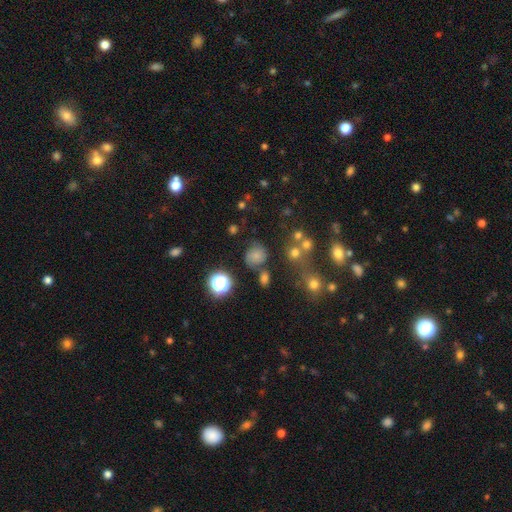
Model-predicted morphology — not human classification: Smooth or featured: smooth — 61% (star or artifact — 22%)
How rounded: round — 79% (in between — 20%)
Merging: none — 67% (minor disturbance — 18%)